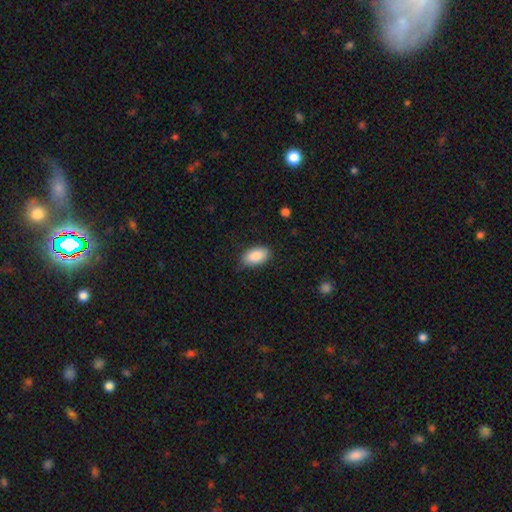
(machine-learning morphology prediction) Smooth or featured? smooth (87%)
How rounded? in between (93%)
Merging? none (79%)